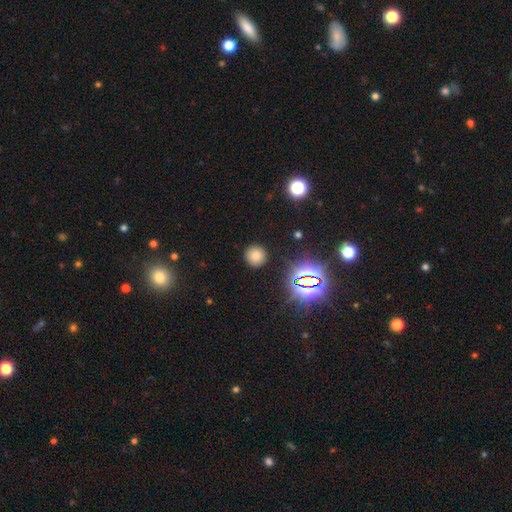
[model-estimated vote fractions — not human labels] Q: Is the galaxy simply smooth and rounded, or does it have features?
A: smooth — 73%.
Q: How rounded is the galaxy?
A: round — 94%.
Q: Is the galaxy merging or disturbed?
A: none — 90%.